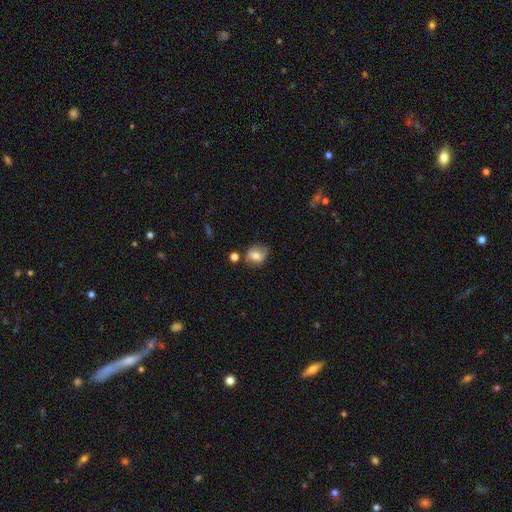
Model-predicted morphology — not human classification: This appears to be a smooth galaxy with no disk features (64%) that is in between round and cigar-shaped (58%). Merging: none (64%).